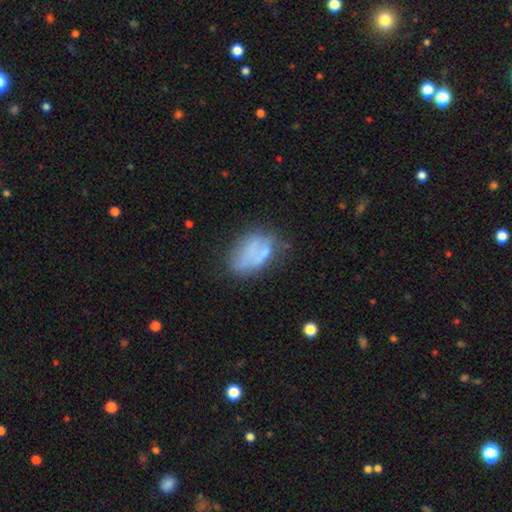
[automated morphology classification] Smooth or featured: smooth — 44% (featured or disk — 43%)
Merging: none — 41% (minor disturbance — 27%)